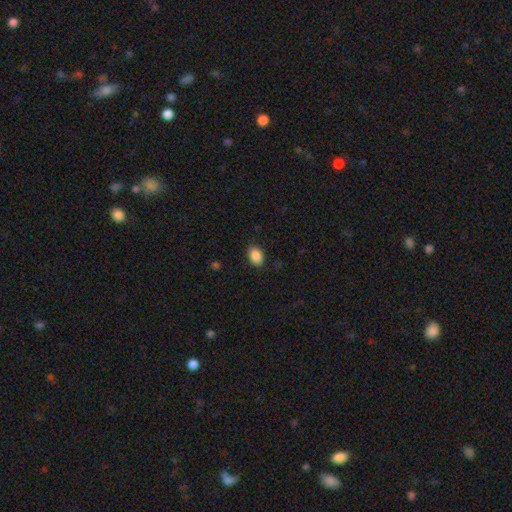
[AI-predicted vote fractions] Smooth or featured? Predicted: smooth (p=0.89). How rounded? Predicted: in between (p=0.81). Merging? Predicted: none (p=0.86).